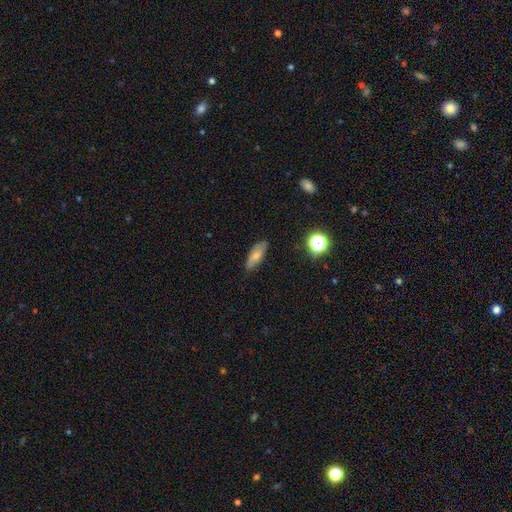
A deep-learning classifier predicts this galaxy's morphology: type=smooth (64%); roundness=in between (70%); merging=none (80%).